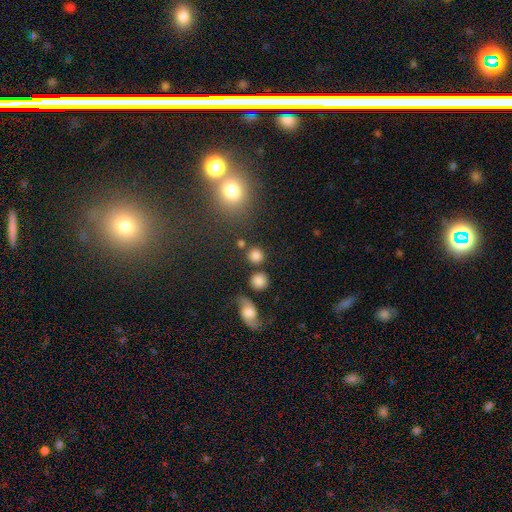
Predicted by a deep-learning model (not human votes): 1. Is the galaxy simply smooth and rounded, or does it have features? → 83% smooth, 11% star or artifact, 6% featured or disk.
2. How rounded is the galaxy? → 90% round, 9% in between, 1% cigar-shaped.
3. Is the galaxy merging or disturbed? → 80% none, 8% merger, 8% minor disturbance, 4% major disturbance.